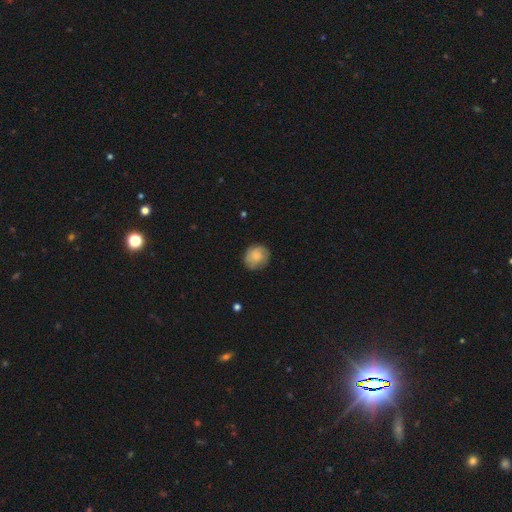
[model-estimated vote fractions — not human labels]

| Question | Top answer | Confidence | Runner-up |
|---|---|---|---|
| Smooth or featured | smooth | 75% | featured or disk (17%) |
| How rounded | round | 77% | in between (23%) |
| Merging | none | 75% | minor disturbance (19%) |